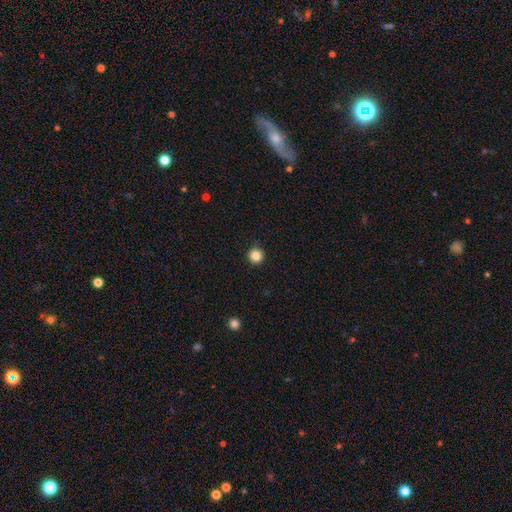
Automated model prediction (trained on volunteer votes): Smooth or featured? Predicted: smooth (p=0.84). How rounded? Predicted: round (p=0.96). Merging? Predicted: none (p=0.91).